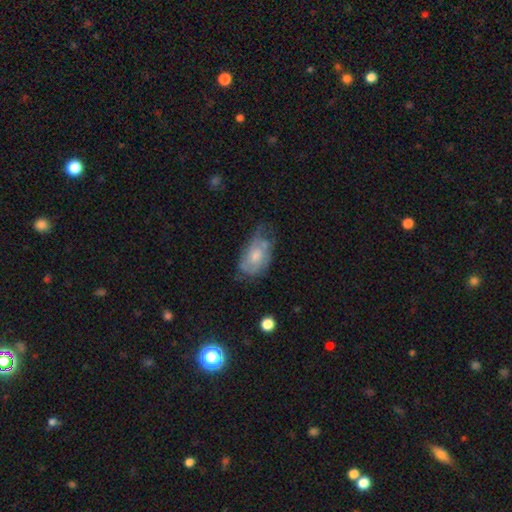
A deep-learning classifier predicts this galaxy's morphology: smooth_or_featured: featured or disk (p=0.48) [alt: smooth p=0.44]
merging: none (p=0.42) [alt: minor disturbance p=0.36]